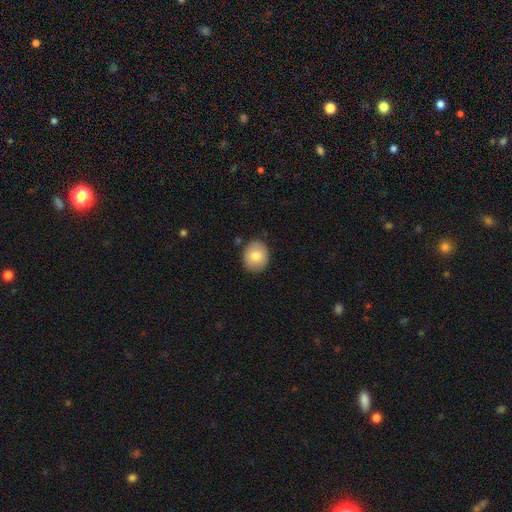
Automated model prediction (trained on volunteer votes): Overall: smooth (81%). How rounded: round (65%; in between 34%). Merging: none (85%).